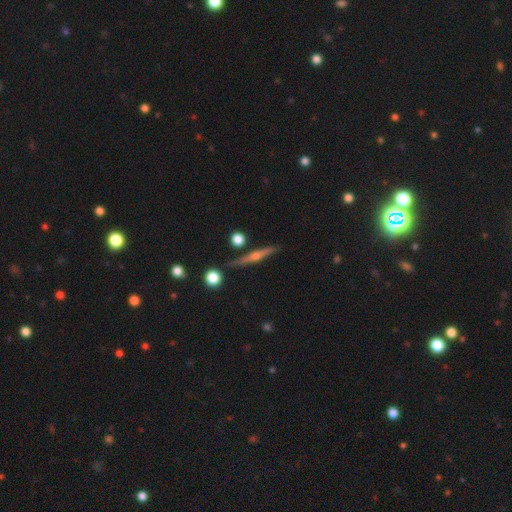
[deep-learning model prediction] smooth_or_featured: featured or disk (p=0.76) [alt: smooth p=0.16]
disk_edge_on: yes (p=0.98) [alt: no p=0.02]
edge_on_bulge: rounded (p=0.84) [alt: none p=0.09]
merging: none (p=0.88) [alt: minor disturbance p=0.07]